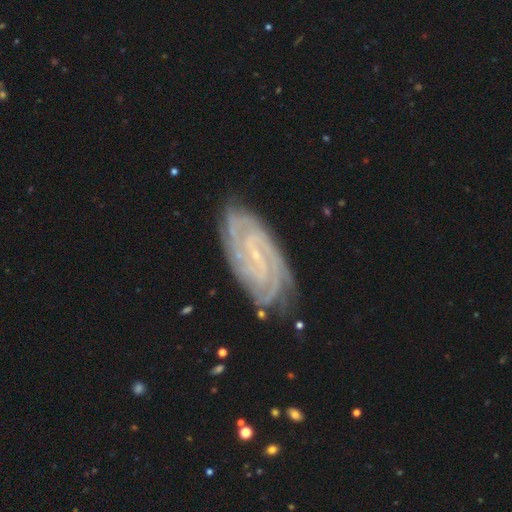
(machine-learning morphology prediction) Q: Smooth or featured?
A: featured or disk (89%); runner-up: star or artifact (6%)
Q: Edge-on disk?
A: no (96%); runner-up: yes (4%)
Q: Bar?
A: no (41%); runner-up: weak (40%)
Q: Spiral arms?
A: yes (98%); runner-up: no (2%)
Q: Spiral winding?
A: tight (76%); runner-up: medium (21%)
Q: Spiral arm count?
A: 2 (26%); runner-up: 4 (19%)
Q: Bulge size?
A: small (83%); runner-up: none (9%)
Q: Merging?
A: none (81%); runner-up: minor disturbance (14%)